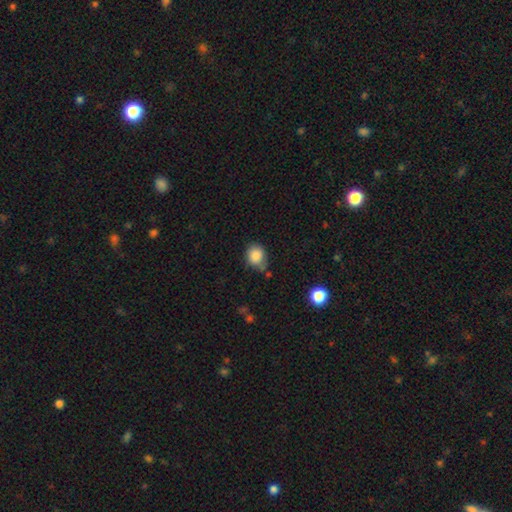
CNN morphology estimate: A smooth galaxy with no disk features (86%) that is round (64%). Merging: none (58%).